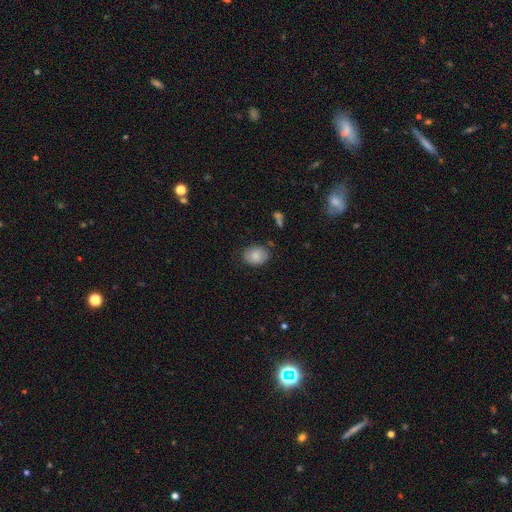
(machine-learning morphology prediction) A smooth galaxy with no disk features (84%) that is in between round and cigar-shaped (63%). Merging: none (79%).